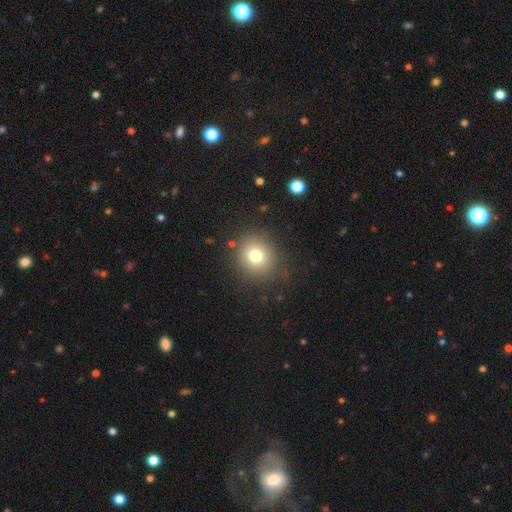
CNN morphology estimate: Smooth or featured?
  - smooth: 75% *
  - star or artifact: 14%
  - featured or disk: 11%
How rounded?
  - round: 88% *
  - in between: 11%
  - cigar-shaped: 1%
Merging?
  - none: 84% *
  - minor disturbance: 10%
  - major disturbance: 5%
  - merger: 2%